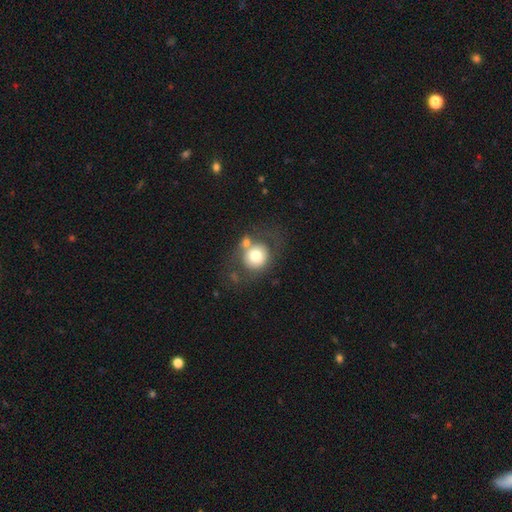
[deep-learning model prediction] A smooth galaxy with no disk features (67%) that is round (83%).

Vote fractions:
- Smooth or featured? smooth: 67% / featured or disk: 23% / star or artifact: 9%
- How rounded? round: 83% / in between: 16% / cigar-shaped: 1%
- Merging? none: 56% / merger: 17% / minor disturbance: 15% / major disturbance: 12%